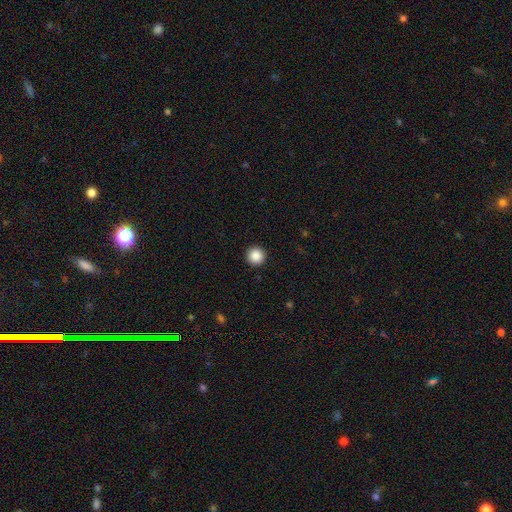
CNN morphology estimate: Smooth or featured: smooth — 87% (star or artifact — 9%)
How rounded: round — 96% (in between — 3%)
Merging: none — 93% (minor disturbance — 4%)